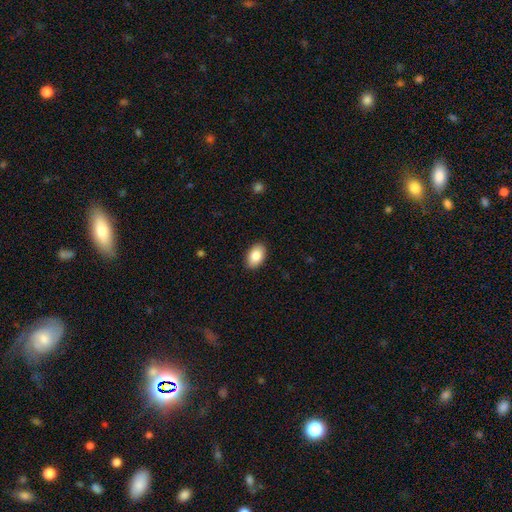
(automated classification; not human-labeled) This appears to be a smooth galaxy with no disk features (86%) that is in between round and cigar-shaped (91%). Merging: none (89%).